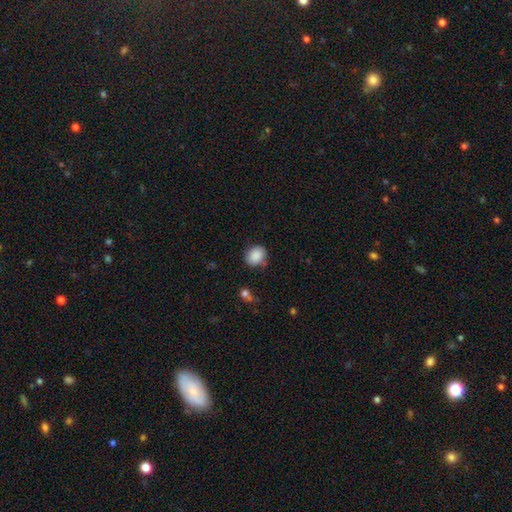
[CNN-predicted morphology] smooth_or_featured: smooth (p=0.88) [alt: star or artifact p=0.08]
how_rounded: round (p=0.56) [alt: in between p=0.43]
merging: none (p=0.78) [alt: minor disturbance p=0.15]